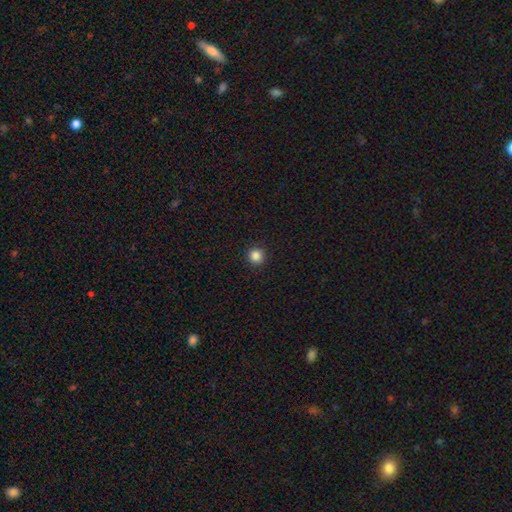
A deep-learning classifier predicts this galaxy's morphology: Overall: smooth (86%). How rounded: round (96%). Merging: none (93%).